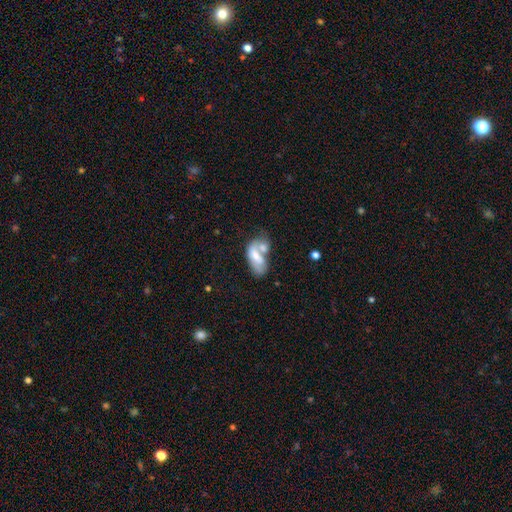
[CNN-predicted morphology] Q: Smooth or featured?
A: smooth (56%); runner-up: featured or disk (37%)
Q: How rounded?
A: in between (89%); runner-up: cigar-shaped (6%)
Q: Merging?
A: merger (59%); runner-up: none (17%)